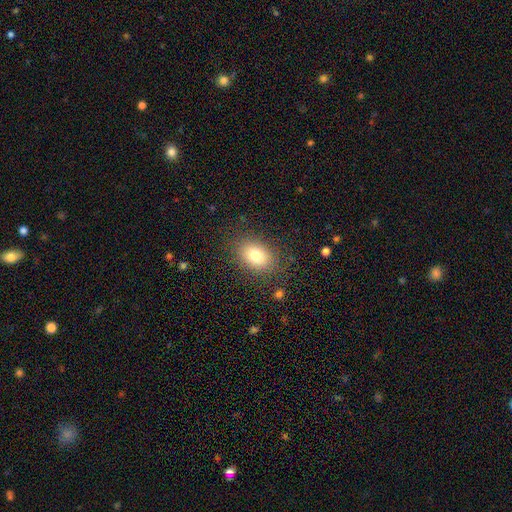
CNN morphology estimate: A smooth galaxy with no disk features (79%) that is in between round and cigar-shaped (73%).

Vote fractions:
- Smooth or featured? smooth: 79% / featured or disk: 11% / star or artifact: 10%
- How rounded? in between: 73% / round: 26% / cigar-shaped: 1%
- Merging? none: 83% / minor disturbance: 11% / major disturbance: 4% / merger: 1%